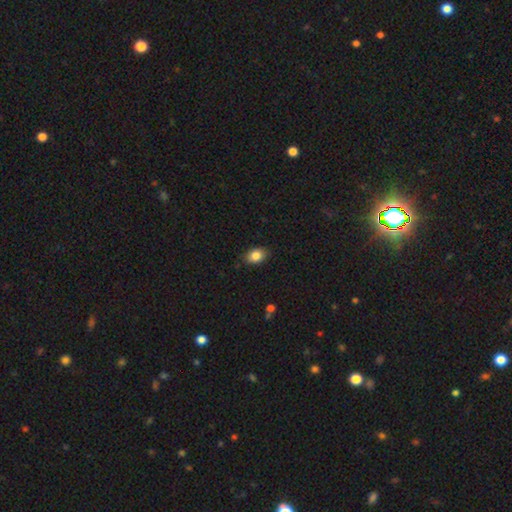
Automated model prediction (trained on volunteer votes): smooth-or-featured: smooth: 85% | star or artifact: 9% | featured or disk: 7%
  how-rounded: in between: 79% | round: 20% | cigar-shaped: 1%
  merging: none: 85% | minor disturbance: 12% | major disturbance: 2% | merger: 1%